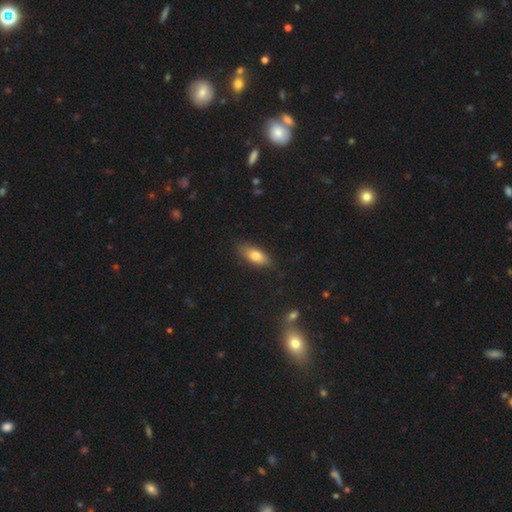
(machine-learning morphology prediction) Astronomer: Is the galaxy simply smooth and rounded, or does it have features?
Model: smooth — 77%.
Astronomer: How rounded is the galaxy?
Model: in between — 81%.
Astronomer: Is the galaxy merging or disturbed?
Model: none — 82%.